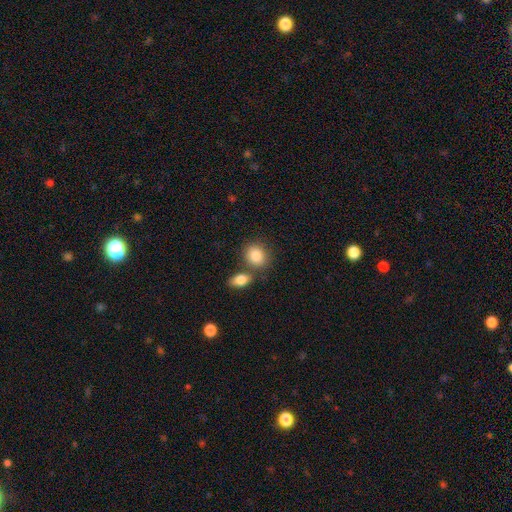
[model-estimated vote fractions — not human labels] Overall: smooth (86%). How rounded: round (53%; in between 45%). Merging: none (60%; merger 26%).